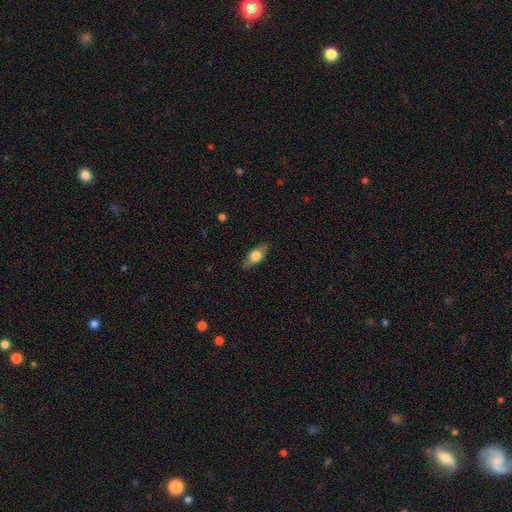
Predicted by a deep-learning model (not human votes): This appears to be a smooth galaxy with no disk features (59%) that is in between round and cigar-shaped (75%). Merging: none (85%).